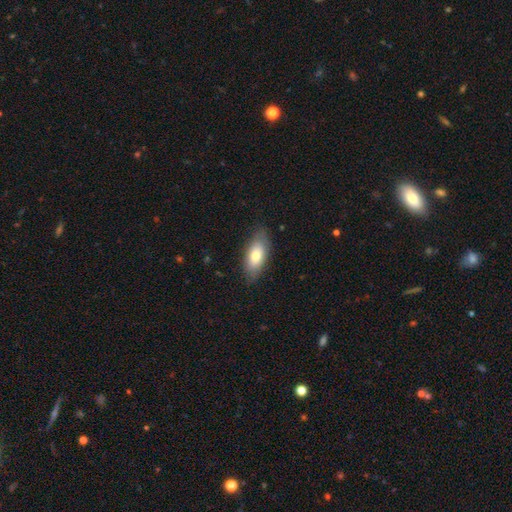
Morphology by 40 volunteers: smooth-or-featured: smooth: 75% | featured or disk: 25% | star or artifact: 0%
  how-rounded: in between: 80% | cigar-shaped: 20% | round: 0%
  merging: none: 88% | minor disturbance: 10% | major disturbance: 2% | merger: 0%